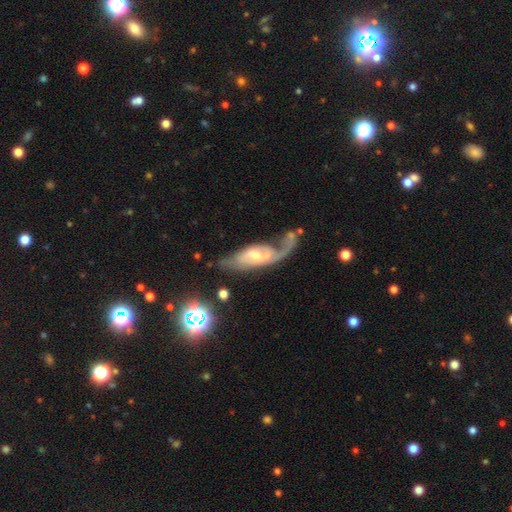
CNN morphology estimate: Overall: featured or disk (68%). Edge-on disk: no (88%). Bar: no (49%; weak 38%). Spiral arms: yes (75%). Bulge size: moderate (44%; small 42%). Merging: merger (35%; major disturbance 28%).